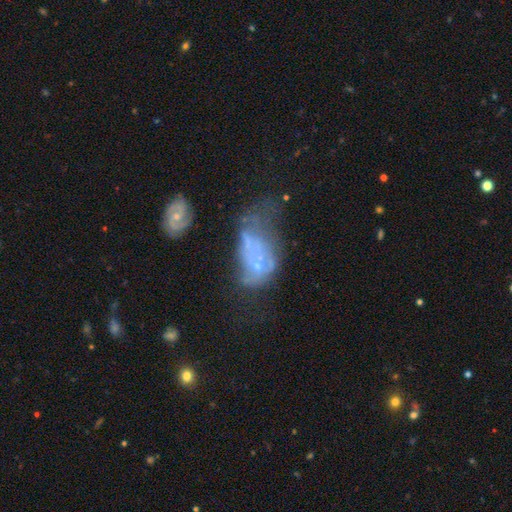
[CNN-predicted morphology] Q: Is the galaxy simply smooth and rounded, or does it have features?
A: featured or disk — 50%.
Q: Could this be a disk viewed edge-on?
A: no — 96%.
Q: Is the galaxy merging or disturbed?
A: major disturbance — 44%.